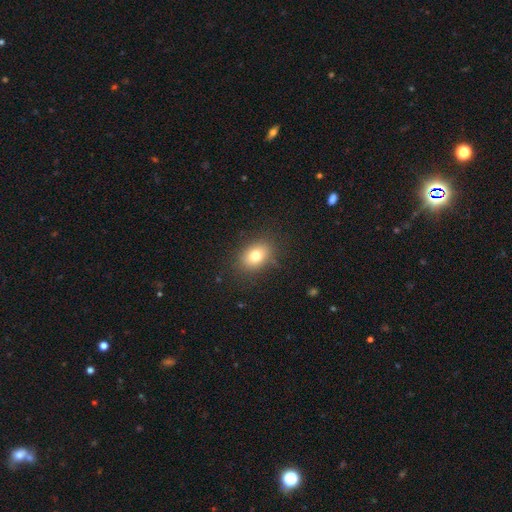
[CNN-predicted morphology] Smooth or featured? smooth (78%)
How rounded? in between (70%)
Merging? none (85%)